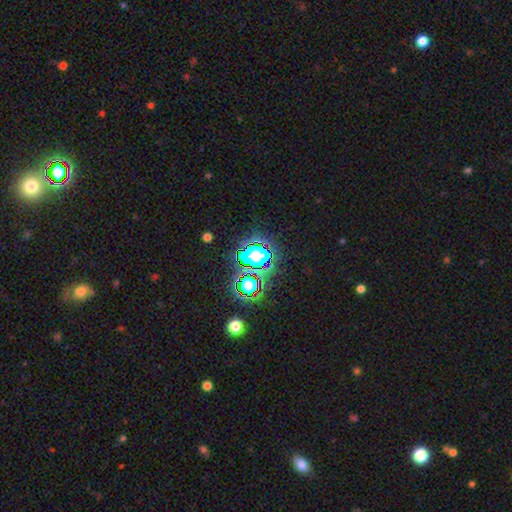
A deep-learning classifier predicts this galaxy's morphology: star or artifact 63%, smooth 24%, featured or disk 13%.